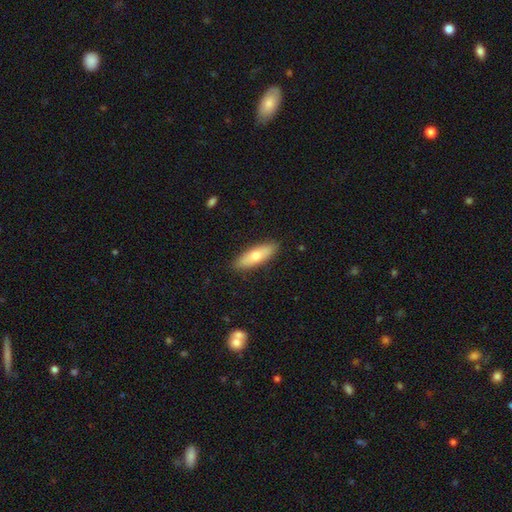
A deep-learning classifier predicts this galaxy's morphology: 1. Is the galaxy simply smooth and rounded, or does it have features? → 67% smooth, 27% featured or disk, 6% star or artifact.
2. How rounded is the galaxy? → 52% in between, 45% cigar-shaped, 2% round.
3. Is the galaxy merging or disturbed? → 89% none, 8% minor disturbance, 2% major disturbance, 1% merger.